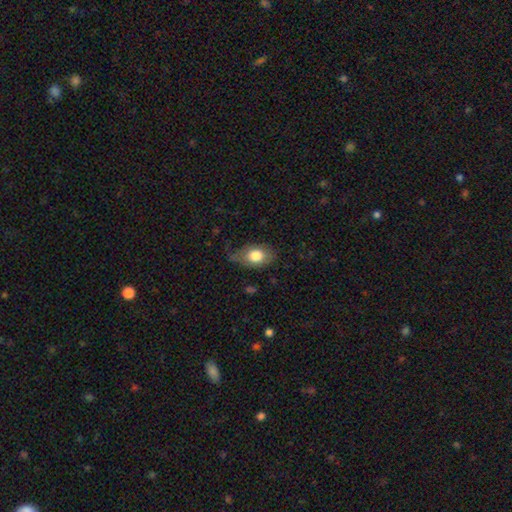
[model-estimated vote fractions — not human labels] smooth 78%, featured or disk 15%, star or artifact 7%. Down the decision tree: how rounded — in between (81%); merging — none (56%).